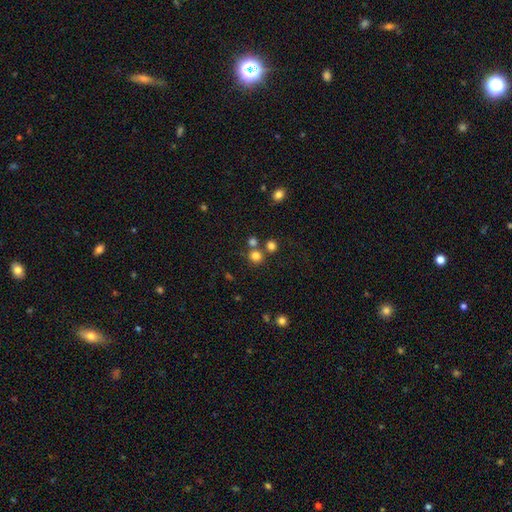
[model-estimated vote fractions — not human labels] smooth 77%, star or artifact 16%, featured or disk 6%. Down the decision tree: how rounded — round (90%); merging — none (71%).